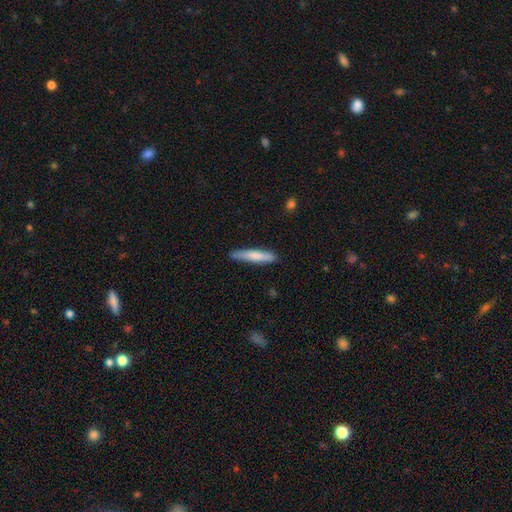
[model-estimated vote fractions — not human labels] Q: Smooth or featured?
A: smooth (74%); runner-up: featured or disk (21%)
Q: How rounded?
A: cigar-shaped (91%); runner-up: in between (8%)
Q: Merging?
A: none (85%); runner-up: minor disturbance (12%)